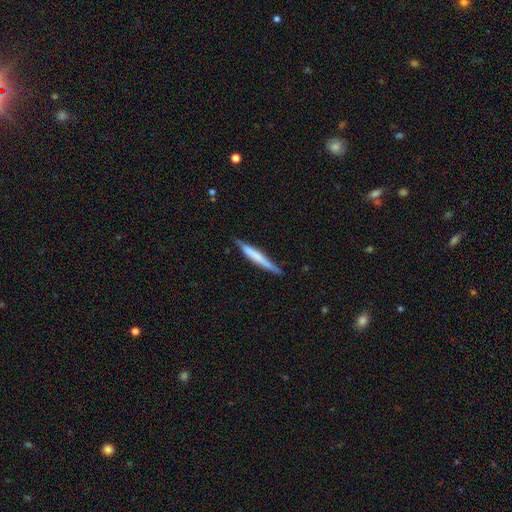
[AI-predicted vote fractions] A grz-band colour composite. It shows a smooth galaxy with no disk features (59%) that is cigar-shaped (95%). Merging: none (78%).